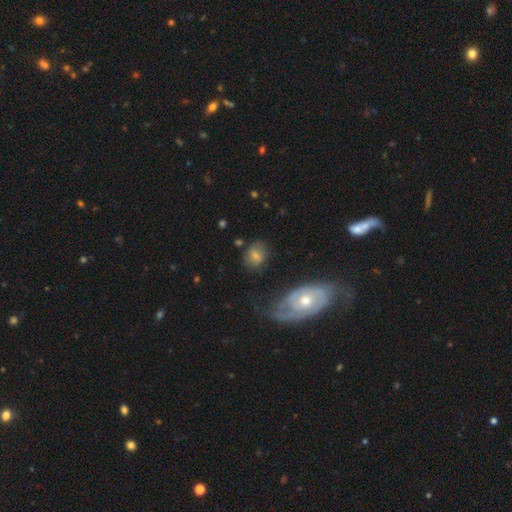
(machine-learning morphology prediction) type=smooth (66%); roundness=in between (51%); merging=none (70%).